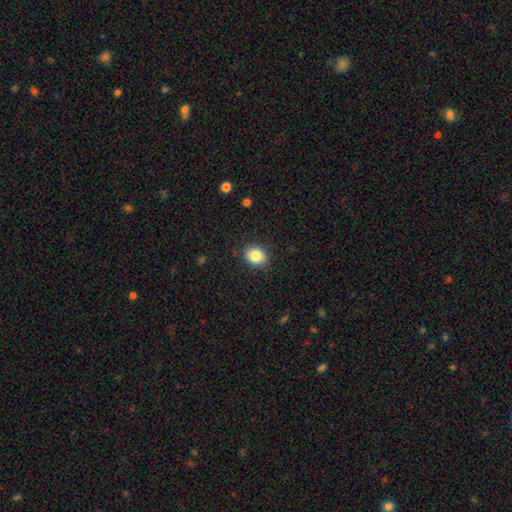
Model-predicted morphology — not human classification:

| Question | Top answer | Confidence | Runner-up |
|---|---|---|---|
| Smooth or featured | smooth | 85% | star or artifact (9%) |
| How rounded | in between | 55% | round (44%) |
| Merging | none | 87% | minor disturbance (10%) |